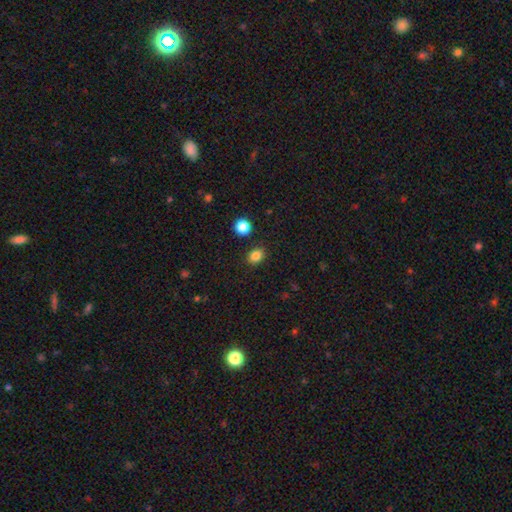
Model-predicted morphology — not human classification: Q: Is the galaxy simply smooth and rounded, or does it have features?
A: smooth — 85%.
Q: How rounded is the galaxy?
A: in between — 53%.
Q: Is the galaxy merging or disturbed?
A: none — 86%.